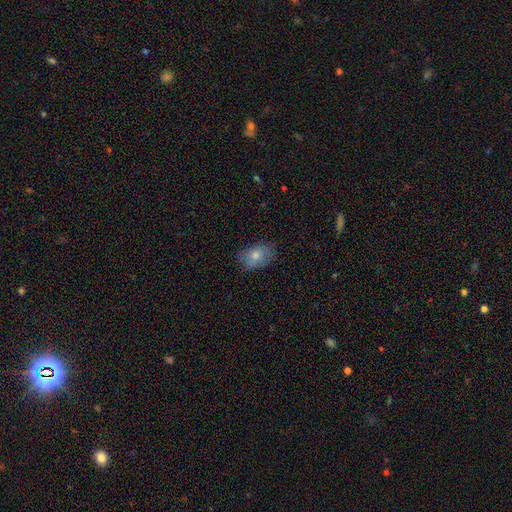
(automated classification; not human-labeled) Q: Smooth or featured?
A: smooth (77%); runner-up: featured or disk (16%)
Q: How rounded?
A: in between (84%); runner-up: round (14%)
Q: Merging?
A: none (73%); runner-up: minor disturbance (21%)